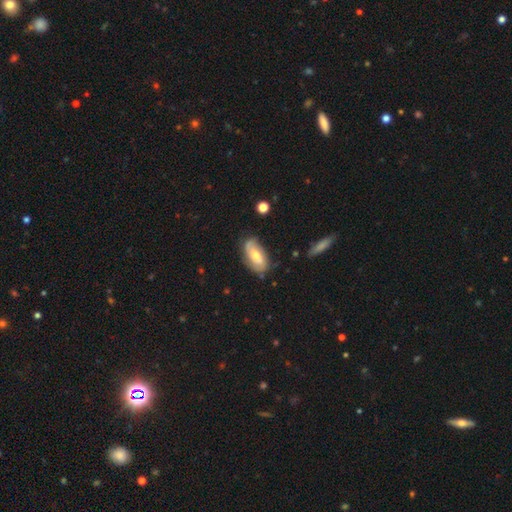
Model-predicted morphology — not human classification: This is possibly a featured or disk galaxy (51%). It is clearly not viewed edge-on (89%). Merging: likely none (68%).